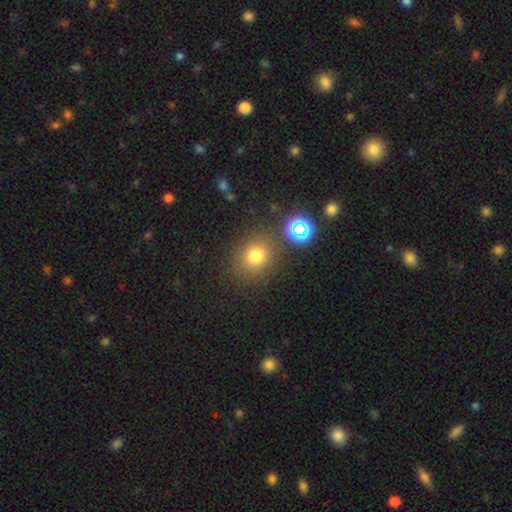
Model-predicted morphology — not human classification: type=smooth (74%); roundness=round (76%); merging=none (80%).